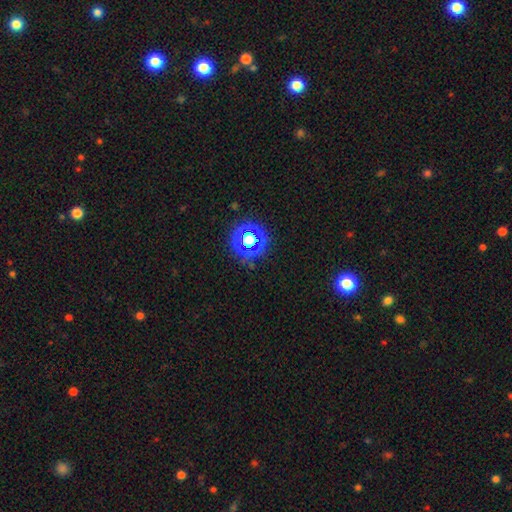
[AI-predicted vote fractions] A star or artifact, not a galaxy (66%).

Vote fractions:
- Smooth or featured? star or artifact: 66% / smooth: 27% / featured or disk: 7%